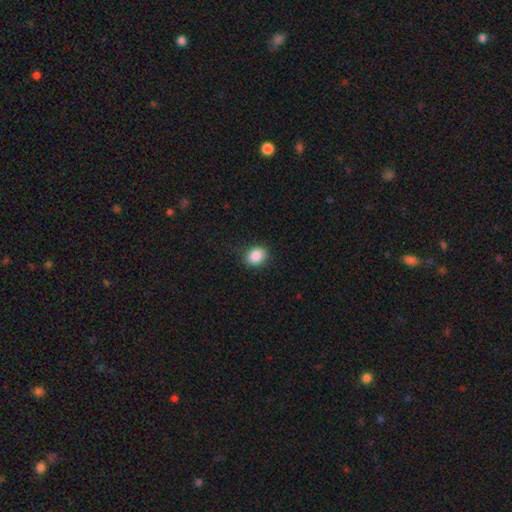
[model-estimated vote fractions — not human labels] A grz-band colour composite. It shows a smooth galaxy with no disk features (88%) that is round (52%). Merging: none (86%).